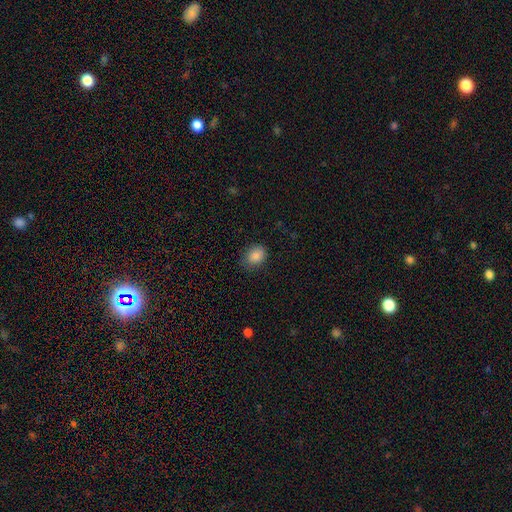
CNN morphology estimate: Q: Smooth or featured?
A: smooth (85%); runner-up: star or artifact (9%)
Q: How rounded?
A: in between (54%); runner-up: round (45%)
Q: Merging?
A: none (79%); runner-up: minor disturbance (16%)